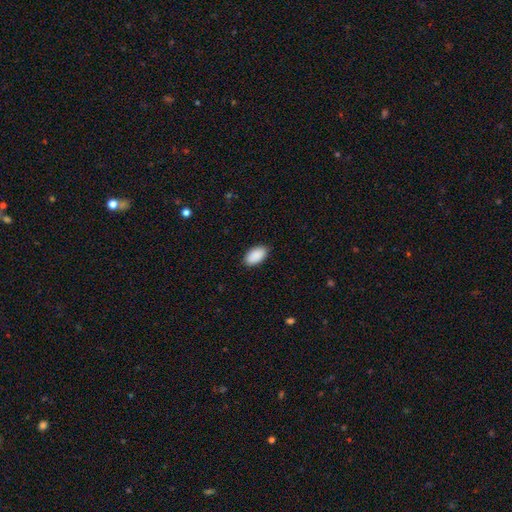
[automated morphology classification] This appears to be a smooth galaxy with no disk features (91%) that is in between round and cigar-shaped (95%). Merging: none (88%).